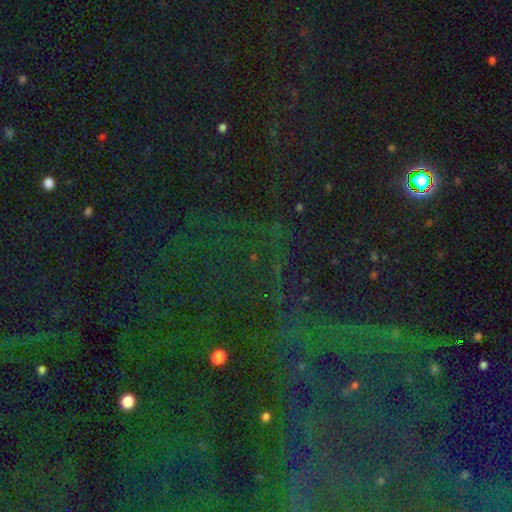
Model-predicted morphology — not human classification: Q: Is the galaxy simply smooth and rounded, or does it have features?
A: star or artifact — 82%.